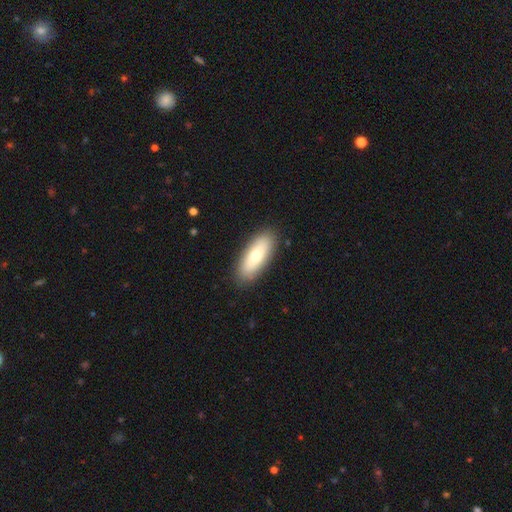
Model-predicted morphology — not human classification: This appears to be a smooth galaxy with no disk features (71%) that is in between round and cigar-shaped (76%). Merging: none (88%).